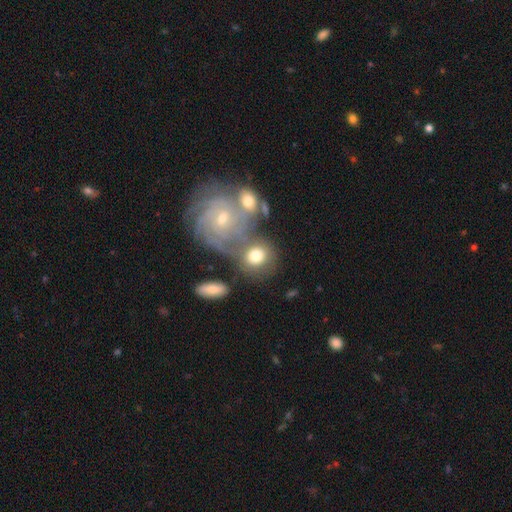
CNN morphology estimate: A smooth galaxy with no disk features (60%) that is round (70%). Merging: none (50%).